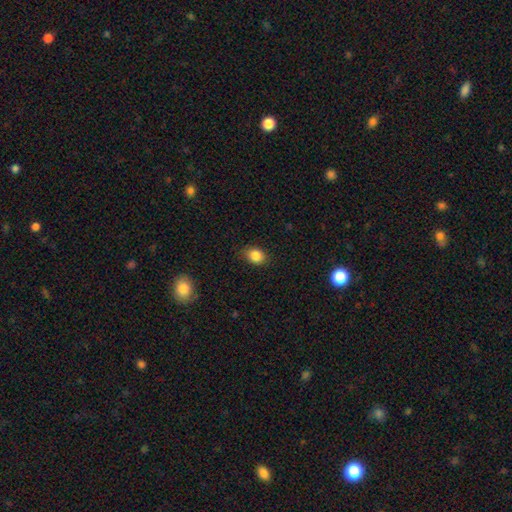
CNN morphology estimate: A smooth galaxy with no disk features (85%) that is in between round and cigar-shaped (54%). Merging: none (84%).